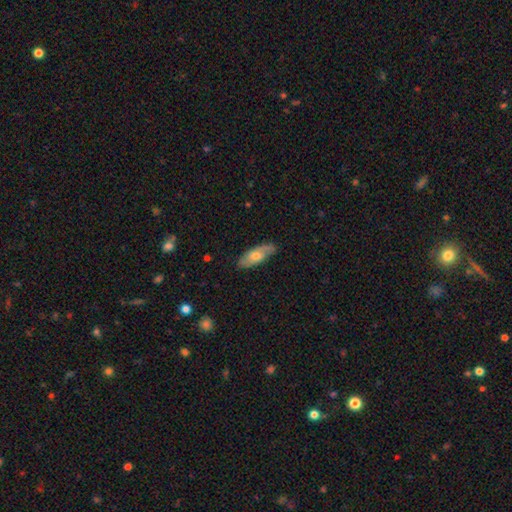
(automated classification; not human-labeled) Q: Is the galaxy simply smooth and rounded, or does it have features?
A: smooth — 58%.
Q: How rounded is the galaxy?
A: in between — 76%.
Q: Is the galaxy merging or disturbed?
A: none — 78%.